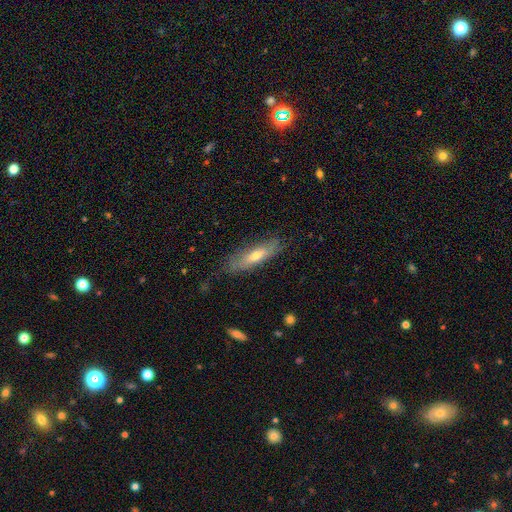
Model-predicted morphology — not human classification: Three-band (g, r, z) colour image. It shows a smooth galaxy with no disk features (50%) that is cigar-shaped (63%). Merging: none (74%).